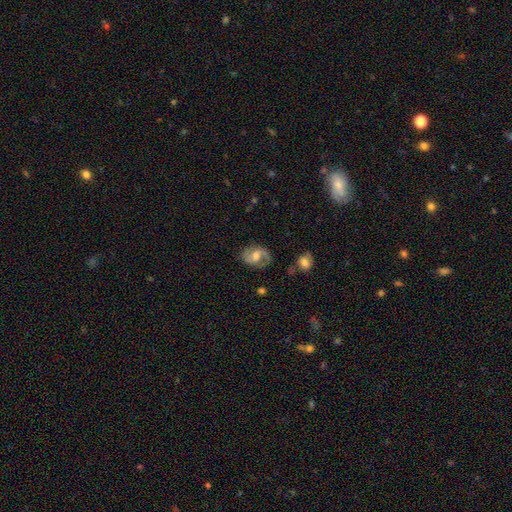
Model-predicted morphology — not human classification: Smooth or featured? featured or disk (75%)
Edge-on disk? no (97%)
Bar? weak (47%)
Spiral arms? yes (93%)
Spiral winding? medium (51%)
Spiral arm count? 2 (86%)
Bulge size? moderate (63%)
Merging? none (75%)